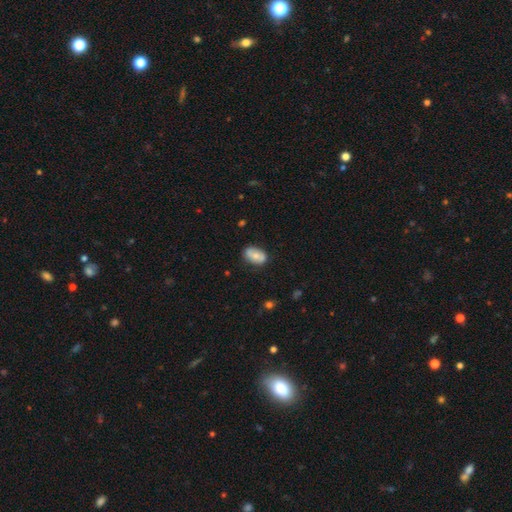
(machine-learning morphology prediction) Smooth or featured? Predicted: smooth (p=0.67). How rounded? Predicted: in between (p=0.87). Merging? Predicted: none (p=0.66).